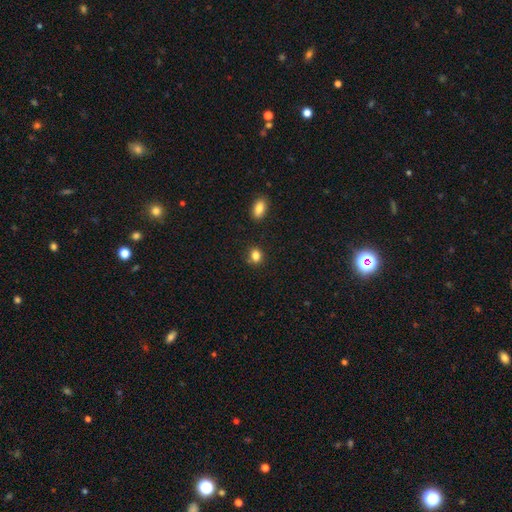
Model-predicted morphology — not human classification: The model was most divided on "how rounded": round: 59%, in between: 40%, cigar-shaped: 1%. More confident: smooth or featured — smooth (84%); merging — none (78%).